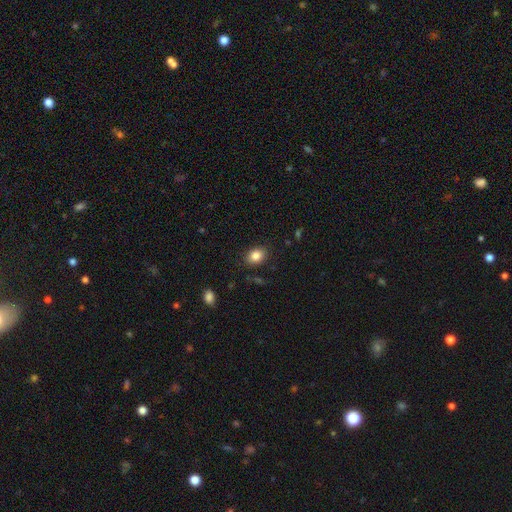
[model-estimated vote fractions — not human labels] smooth_or_featured: smooth (p=0.85) [alt: star or artifact p=0.09]
how_rounded: in between (p=0.70) [alt: round p=0.29]
merging: none (p=0.86) [alt: minor disturbance p=0.10]